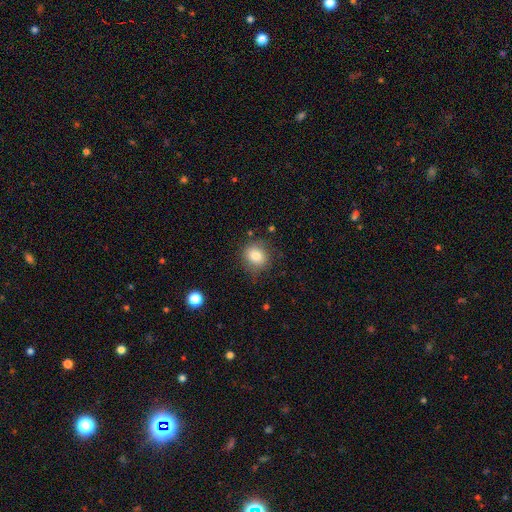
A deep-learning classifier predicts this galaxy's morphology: Q: Smooth or featured?
A: smooth (81%); runner-up: star or artifact (10%)
Q: How rounded?
A: round (74%); runner-up: in between (25%)
Q: Merging?
A: none (77%); runner-up: minor disturbance (17%)